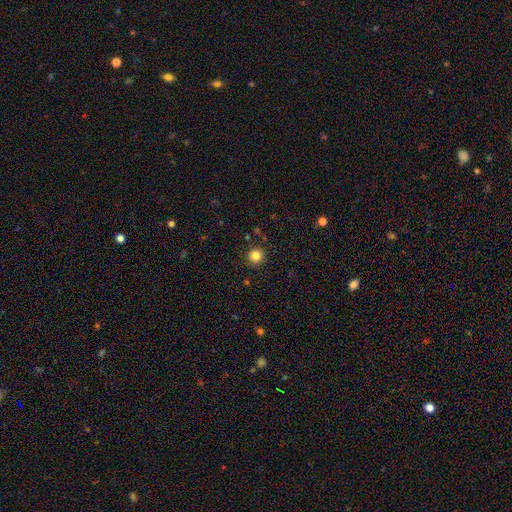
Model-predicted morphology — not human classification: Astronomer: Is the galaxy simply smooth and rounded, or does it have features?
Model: smooth — 83%.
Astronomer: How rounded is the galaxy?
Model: round — 94%.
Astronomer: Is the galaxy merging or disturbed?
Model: none — 90%.